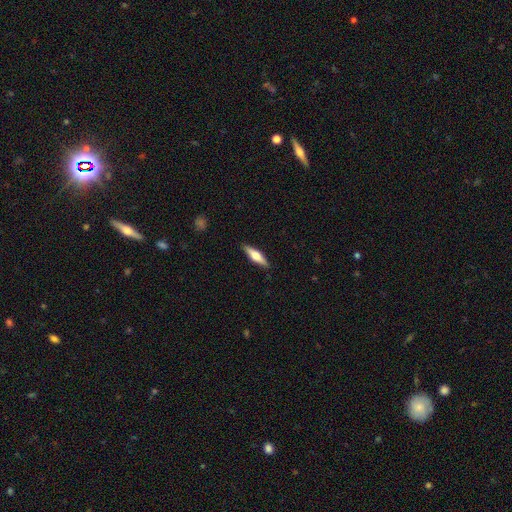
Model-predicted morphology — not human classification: type=featured or disk (50%); edge-on=yes (95%); merging=none (89%).